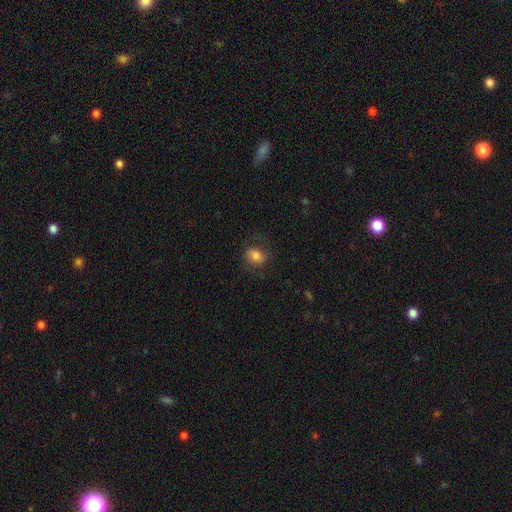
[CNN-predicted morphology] smooth_or_featured: smooth (p=0.76) [alt: featured or disk p=0.15]
how_rounded: in between (p=0.57) [alt: round p=0.42]
merging: none (p=0.74) [alt: minor disturbance p=0.16]